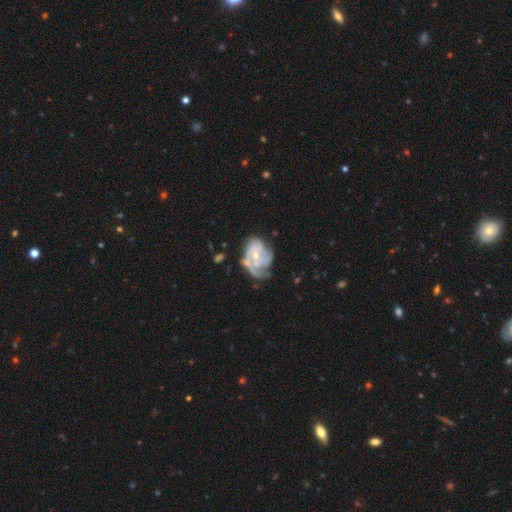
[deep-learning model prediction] Smooth or featured: featured or disk — 81% (smooth — 13%)
Edge-on disk: no — 98% (yes — 2%)
Bar: no — 71% (weak — 25%)
Spiral arms: yes — 90% (no — 10%)
Spiral winding: tight — 53% (medium — 34%)
Spiral arm count: 3 — 30% (can't tell — 29%)
Bulge size: small — 60% (moderate — 34%)
Merging: none — 43% (minor disturbance — 26%)